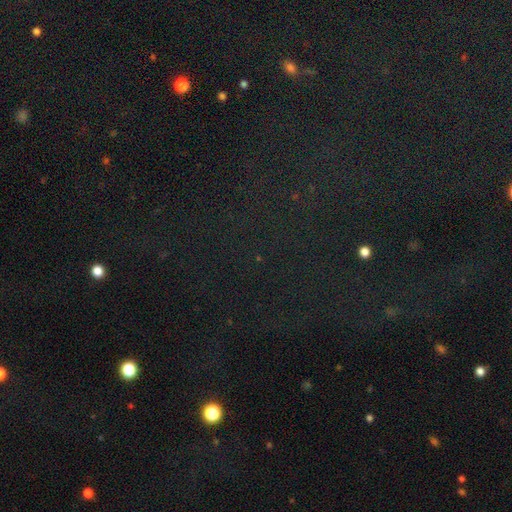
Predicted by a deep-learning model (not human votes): Morphology: type=star or artifact (81%).